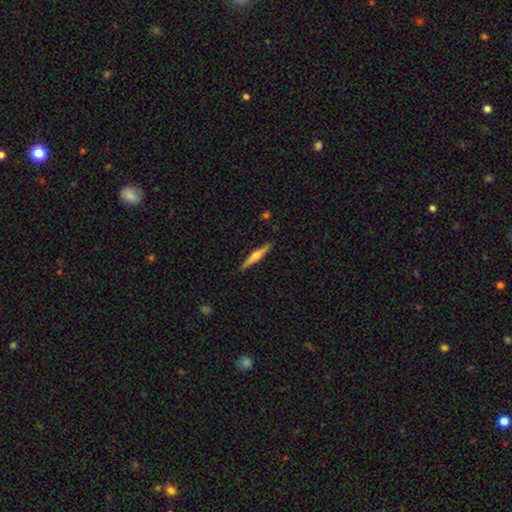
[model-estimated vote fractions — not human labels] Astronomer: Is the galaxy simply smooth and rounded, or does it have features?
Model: featured or disk — 56% (runner-up: smooth, 39%).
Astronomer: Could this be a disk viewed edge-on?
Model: yes — 97%.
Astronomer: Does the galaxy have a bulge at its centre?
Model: rounded — 80%.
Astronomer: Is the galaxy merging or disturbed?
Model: none — 90%.